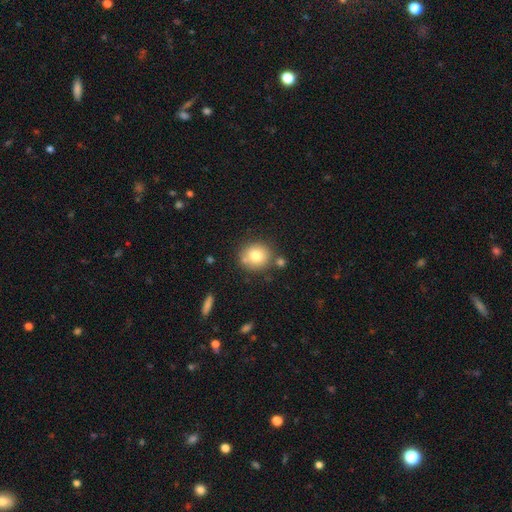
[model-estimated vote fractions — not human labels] Smooth or featured? Predicted: smooth (p=0.78). How rounded? Predicted: round (p=0.87). Merging? Predicted: none (p=0.72).